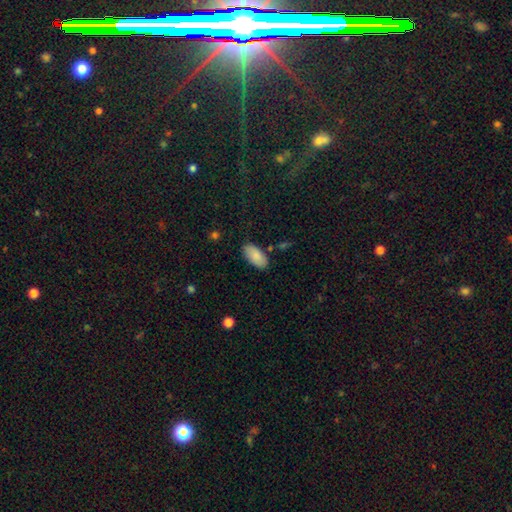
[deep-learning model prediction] Q: Smooth or featured?
A: smooth (87%); runner-up: featured or disk (7%)
Q: How rounded?
A: in between (95%); runner-up: cigar-shaped (3%)
Q: Merging?
A: none (85%); runner-up: minor disturbance (11%)